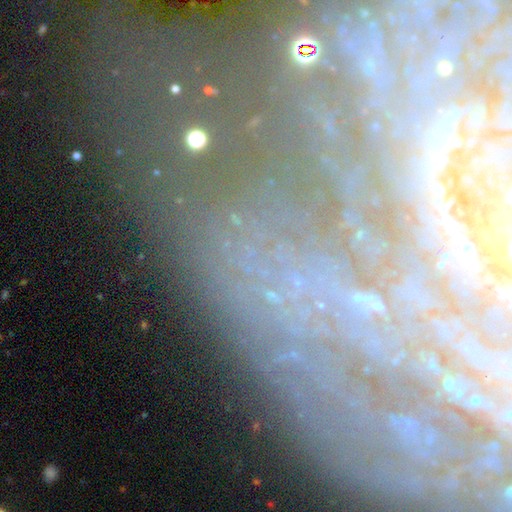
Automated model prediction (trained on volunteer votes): smooth_or_featured: featured or disk (p=0.50) [alt: star or artifact p=0.34]
disk_edge_on: no (p=0.85) [alt: yes p=0.15]
merging: none (p=0.69) [alt: minor disturbance p=0.16]